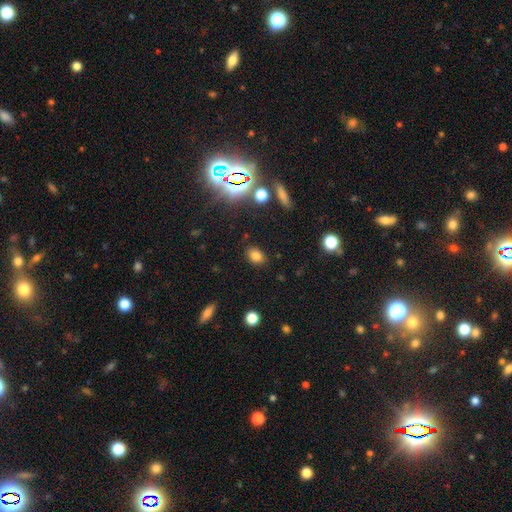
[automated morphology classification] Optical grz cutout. It shows a smooth galaxy with no disk features (78%) that is in between round and cigar-shaped (75%). Merging: none (84%).